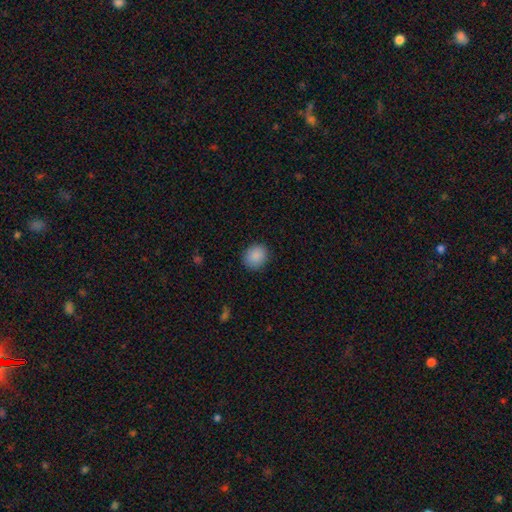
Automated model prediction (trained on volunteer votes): This is clearly a smooth galaxy (88%). How rounded: likely round (70%). Merging: clearly none (87%).